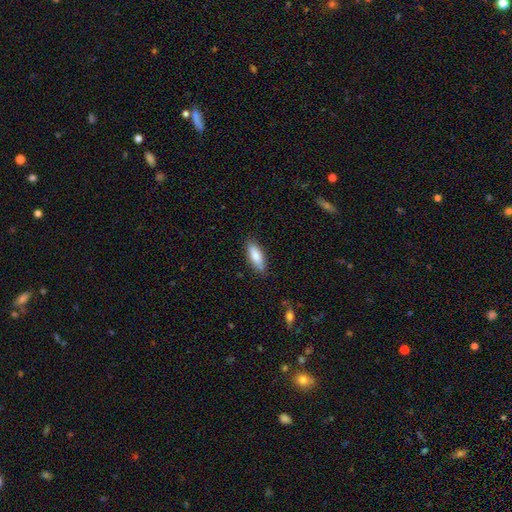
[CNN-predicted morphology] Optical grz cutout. It shows a smooth galaxy with no disk features (83%) that is in between round and cigar-shaped (63%). Merging: none (85%).